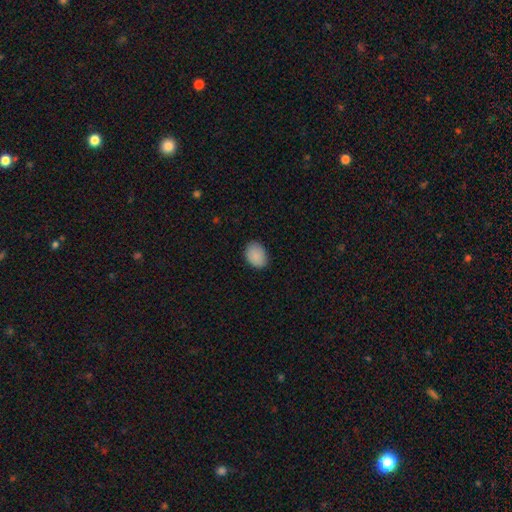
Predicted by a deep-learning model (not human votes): The model was most divided on "how rounded": in between: 72%, round: 27%, cigar-shaped: 1%. More confident: smooth or featured — smooth (89%); merging — none (85%).